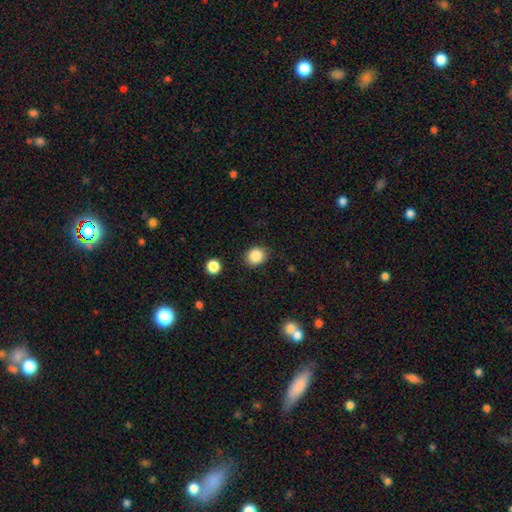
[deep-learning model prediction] Overall: smooth (87%). How rounded: round (68%; in between 31%). Merging: none (85%).